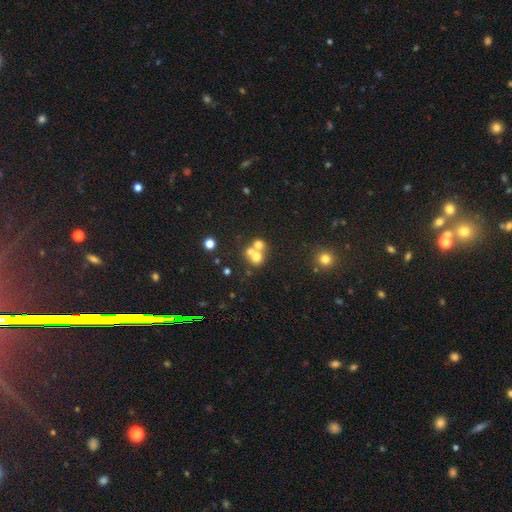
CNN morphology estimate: smooth 61%, featured or disk 24%, star or artifact 16%. Down the decision tree: how rounded — round (79%); merging — merger (57%).